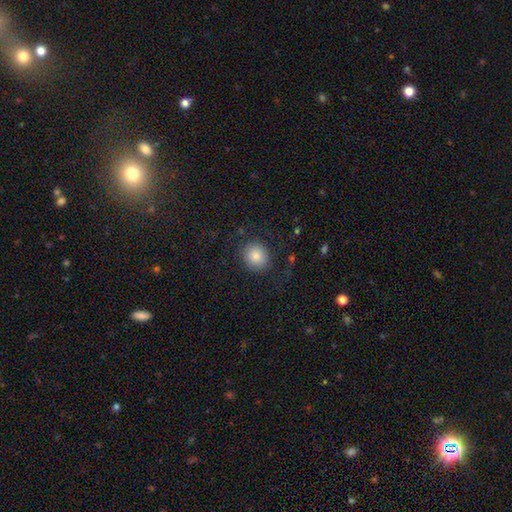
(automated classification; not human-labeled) The model was most divided on "how rounded": round: 71%, in between: 28%, cigar-shaped: 1%. More confident: smooth or featured — smooth (83%); merging — none (83%).